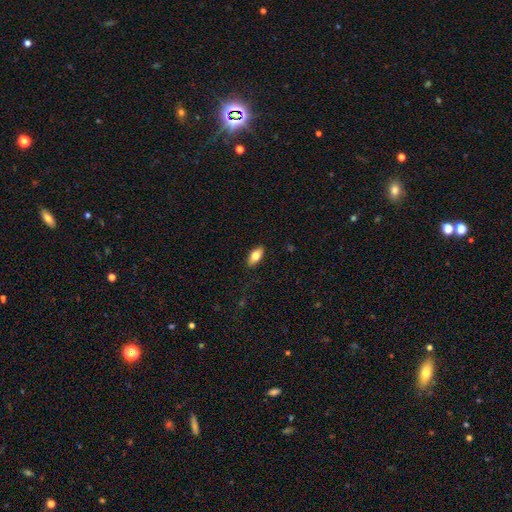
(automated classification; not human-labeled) A smooth galaxy with no disk features (75%) that is in between round and cigar-shaped (88%). Merging: none (88%).